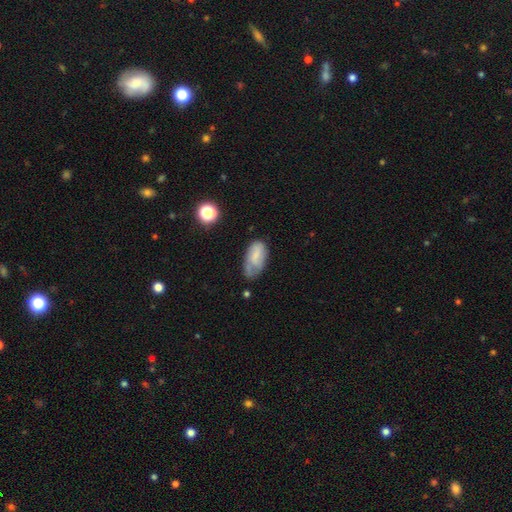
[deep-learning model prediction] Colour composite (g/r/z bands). It shows a smooth galaxy with no disk features (63%) that is in between round and cigar-shaped (92%). Merging: none (44%).